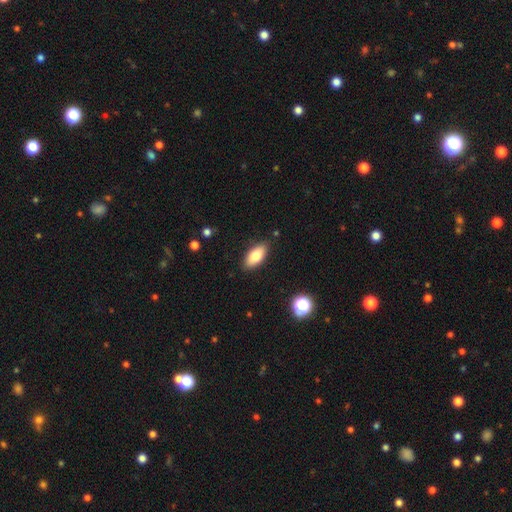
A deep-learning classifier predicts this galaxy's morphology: The model was most divided on "smooth or featured": smooth: 79%, featured or disk: 13%, star or artifact: 7%. More confident: merging — none (87%); how rounded — in between (87%).